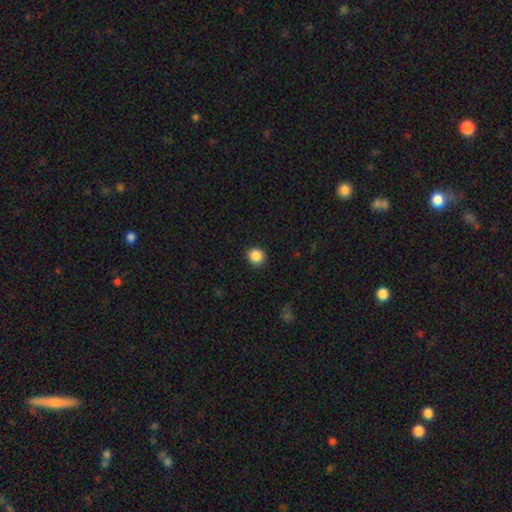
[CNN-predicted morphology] This appears to be a smooth galaxy with no disk features (87%) that is round (86%). Merging: none (90%).